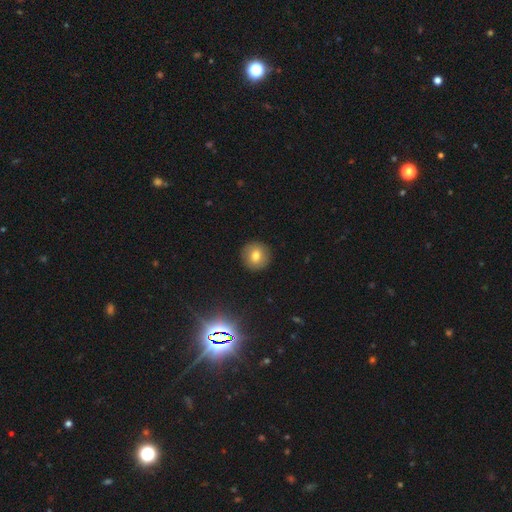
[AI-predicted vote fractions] smooth 73%, featured or disk 15%, star or artifact 12%. Down the decision tree: how rounded — round (93%); merging — none (91%).